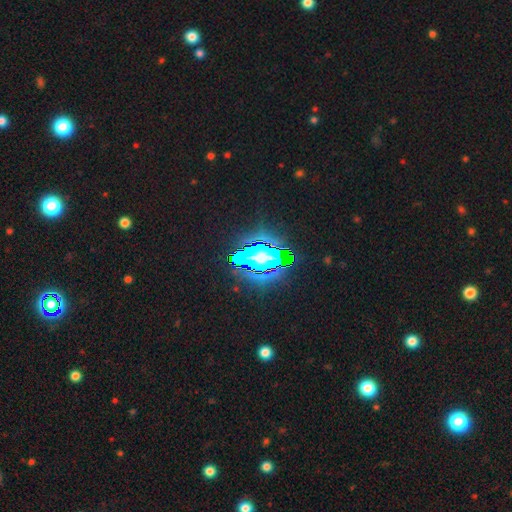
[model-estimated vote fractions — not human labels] smooth_or_featured: star or artifact (p=0.83) [alt: smooth p=0.10]